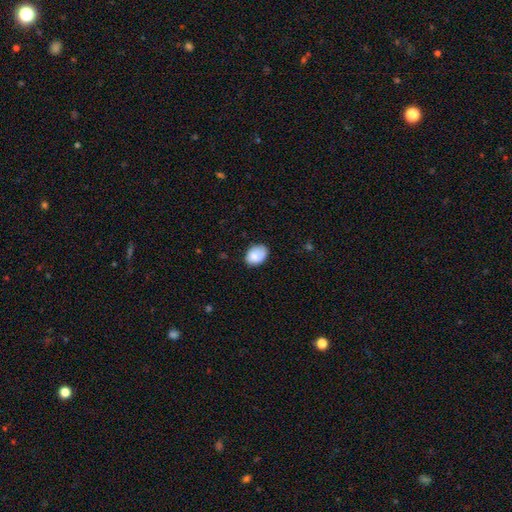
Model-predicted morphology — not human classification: This is clearly a smooth galaxy (83%). How rounded: likely in between (73%). Merging: likely none (73%).